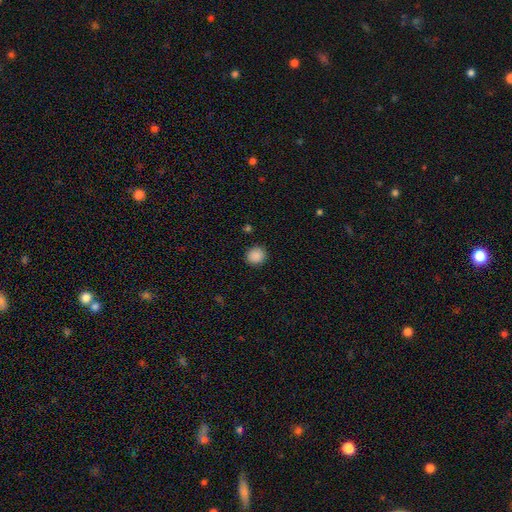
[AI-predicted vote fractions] Morphology: type=smooth (89%); roundness=round (85%); merging=none (90%).